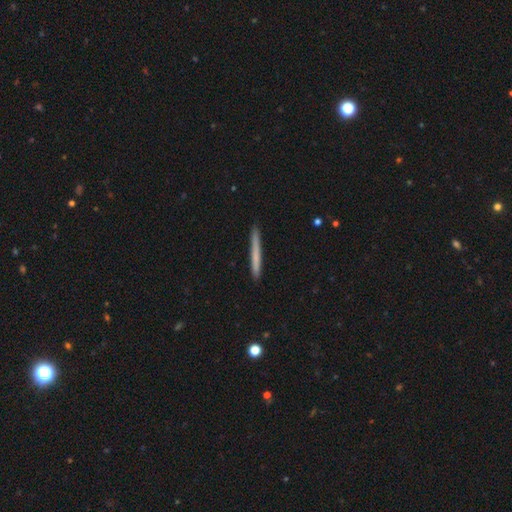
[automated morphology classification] Smooth or featured? smooth (65%)
How rounded? cigar-shaped (97%)
Merging? none (90%)